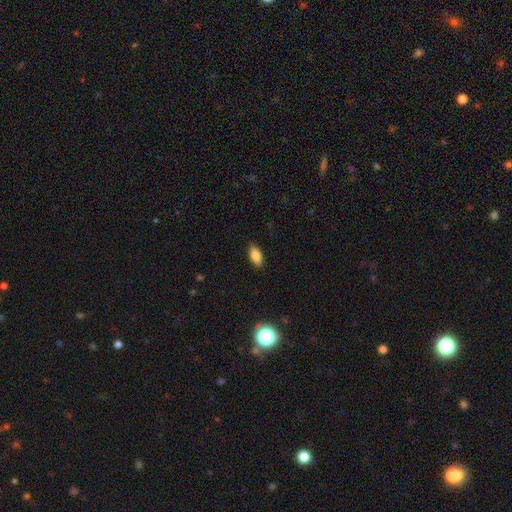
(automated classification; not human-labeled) Smooth or featured?
  - smooth: 83% *
  - featured or disk: 9%
  - star or artifact: 8%
How rounded?
  - in between: 88% *
  - cigar-shaped: 9%
  - round: 3%
Merging?
  - none: 88% *
  - minor disturbance: 9%
  - major disturbance: 2%
  - merger: 1%